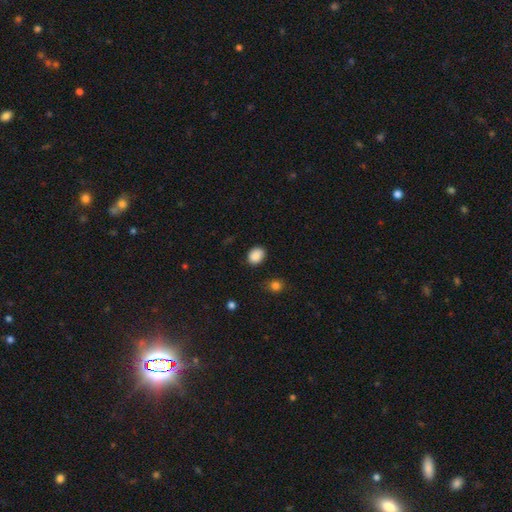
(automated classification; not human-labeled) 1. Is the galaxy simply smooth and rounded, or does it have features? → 88% smooth, 9% star or artifact, 3% featured or disk.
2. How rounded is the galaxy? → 55% in between, 44% round, 1% cigar-shaped.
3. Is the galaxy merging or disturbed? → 80% none, 14% minor disturbance, 3% major disturbance, 2% merger.